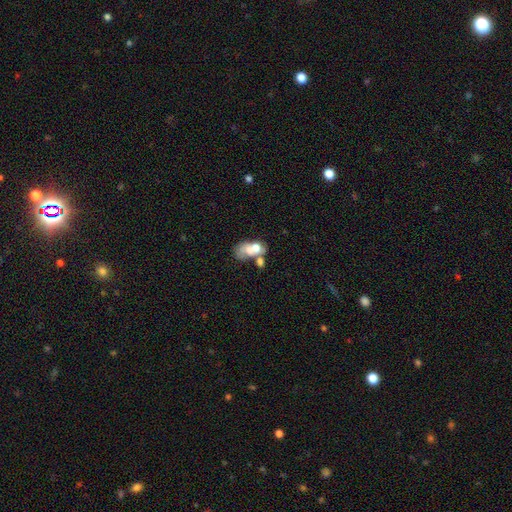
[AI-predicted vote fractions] This appears to be a smooth galaxy with no disk features (46%). Merging: merger (49%).